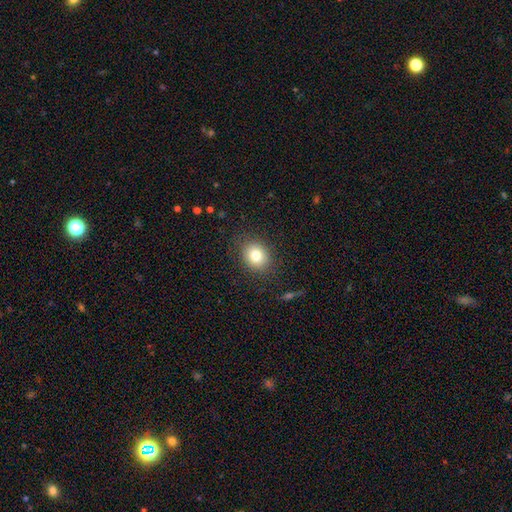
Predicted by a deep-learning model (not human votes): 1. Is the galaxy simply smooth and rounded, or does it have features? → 79% smooth, 11% star or artifact, 10% featured or disk.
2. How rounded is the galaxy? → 65% round, 34% in between, 1% cigar-shaped.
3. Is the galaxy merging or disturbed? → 85% none, 10% minor disturbance, 4% major disturbance, 1% merger.